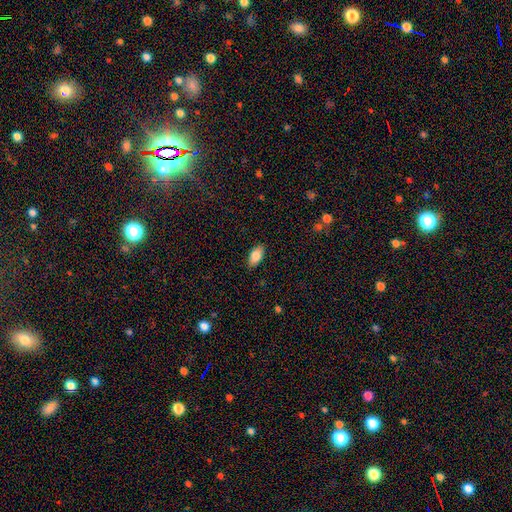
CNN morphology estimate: A smooth galaxy with no disk features (84%) that is in between round and cigar-shaped (92%). Merging: none (87%).